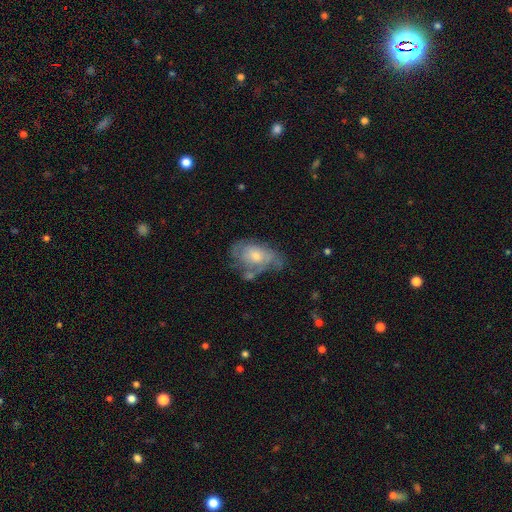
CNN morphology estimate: A featured or disk galaxy (57%) with no bar (80%), spiral arms (67%) and a moderate central bulge (53%).

Vote fractions:
- Smooth or featured? featured or disk: 57% / smooth: 36% / star or artifact: 7%
- Edge-on disk? no: 95% / yes: 5%
- Bar? no: 80% / weak: 18% / strong: 3%
- Spiral arms? yes: 67% / no: 33%
- Bulge size? moderate: 53% / small: 35% / large: 7% / none: 4% / dominant: 1%
- Merging? none: 40% / minor disturbance: 29% / major disturbance: 21% / merger: 11%